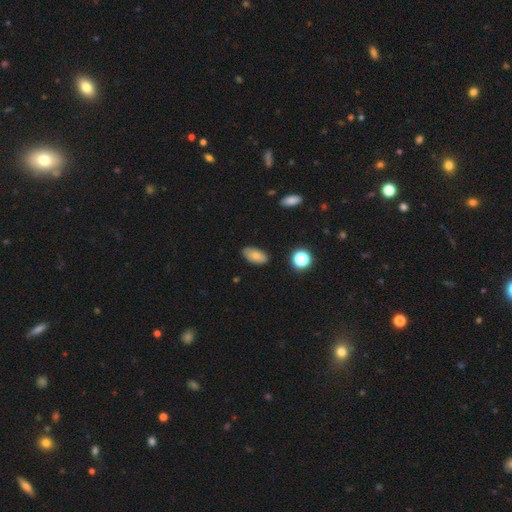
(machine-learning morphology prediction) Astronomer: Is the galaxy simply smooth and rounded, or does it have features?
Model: smooth — 79%.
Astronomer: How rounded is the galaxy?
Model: in between — 92%.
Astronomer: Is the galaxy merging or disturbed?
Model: none — 82%.